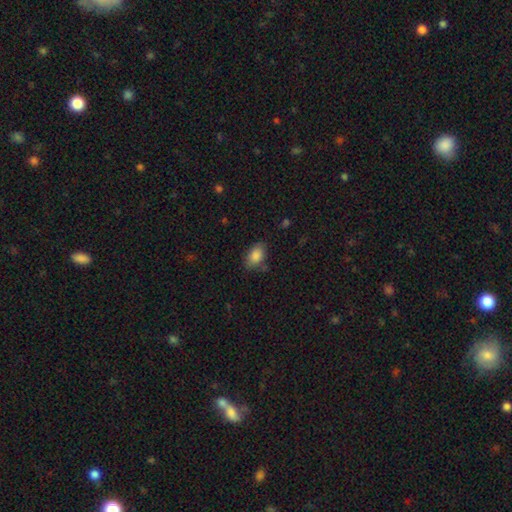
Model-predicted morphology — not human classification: smooth-or-featured: smooth: 87% | star or artifact: 7% | featured or disk: 5%
  how-rounded: in between: 89% | round: 9% | cigar-shaped: 2%
  merging: none: 75% | minor disturbance: 17% | major disturbance: 4% | merger: 3%